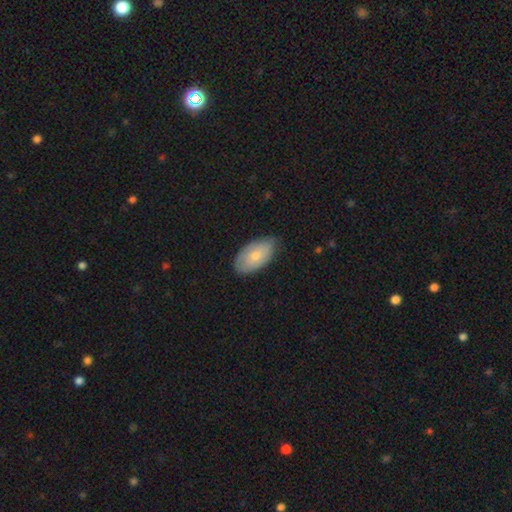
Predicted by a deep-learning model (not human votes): Q: Smooth or featured?
A: smooth (70%); runner-up: featured or disk (24%)
Q: How rounded?
A: in between (94%); runner-up: round (4%)
Q: Merging?
A: none (76%); runner-up: minor disturbance (20%)